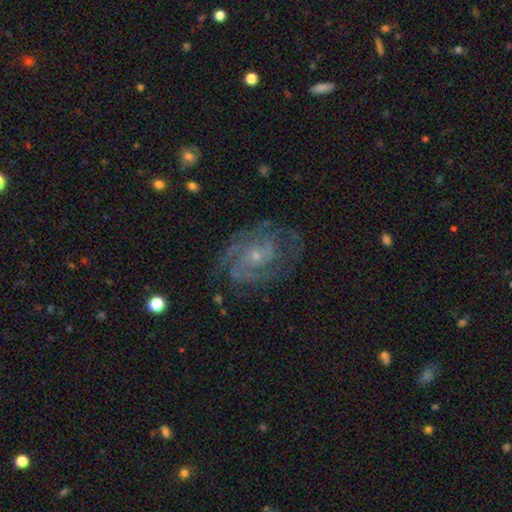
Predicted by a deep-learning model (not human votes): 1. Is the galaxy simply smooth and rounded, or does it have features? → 84% featured or disk, 8% smooth, 7% star or artifact.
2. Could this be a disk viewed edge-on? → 97% no, 3% yes.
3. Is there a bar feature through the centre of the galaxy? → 68% no, 27% weak, 5% strong.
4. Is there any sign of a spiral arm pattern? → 94% yes, 6% no.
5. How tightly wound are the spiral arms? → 50% tight, 40% medium, 10% loose.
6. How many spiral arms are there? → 33% 2, 25% can't tell, 22% 3, 8% 4, 6% 1, 5% more than 4.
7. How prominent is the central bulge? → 75% small, 20% moderate, 3% none, 1% large, 1% dominant.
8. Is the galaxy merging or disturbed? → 72% none, 17% minor disturbance, 10% major disturbance, 1% merger.